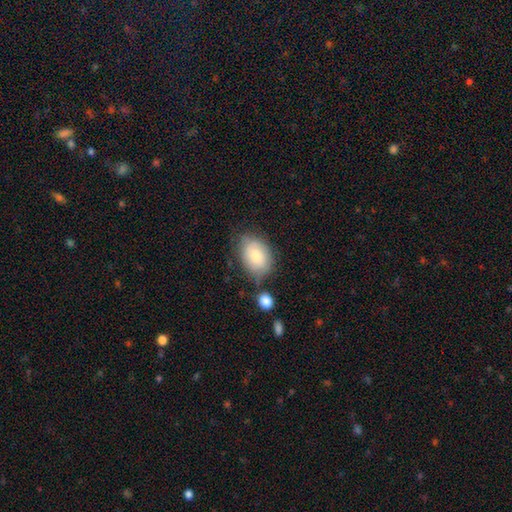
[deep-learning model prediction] Smooth or featured?
  - smooth: 77% *
  - featured or disk: 17%
  - star or artifact: 6%
How rounded?
  - in between: 82% *
  - round: 17%
  - cigar-shaped: 1%
Merging?
  - none: 63% *
  - minor disturbance: 23%
  - merger: 8%
  - major disturbance: 7%